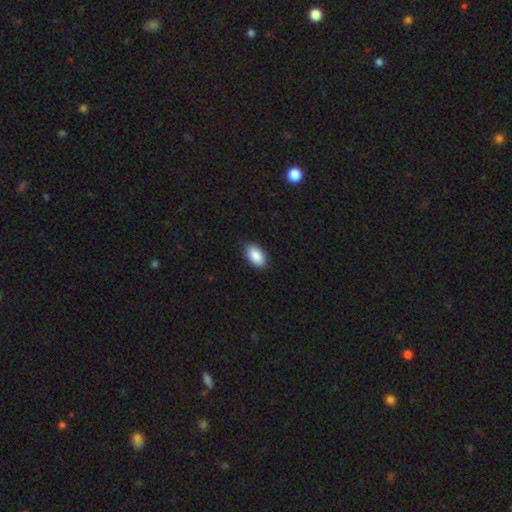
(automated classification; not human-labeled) smooth 88%, star or artifact 7%, featured or disk 5%. Down the decision tree: how rounded — in between (93%); merging — none (86%).